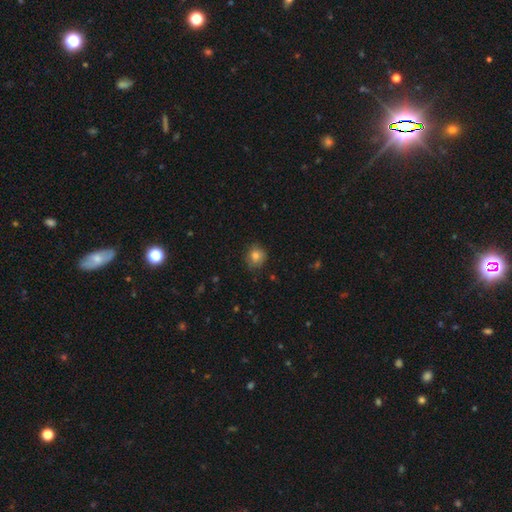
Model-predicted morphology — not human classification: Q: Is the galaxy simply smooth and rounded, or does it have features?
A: smooth — 79%.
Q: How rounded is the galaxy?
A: round — 81%.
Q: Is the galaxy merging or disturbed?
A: none — 77%.